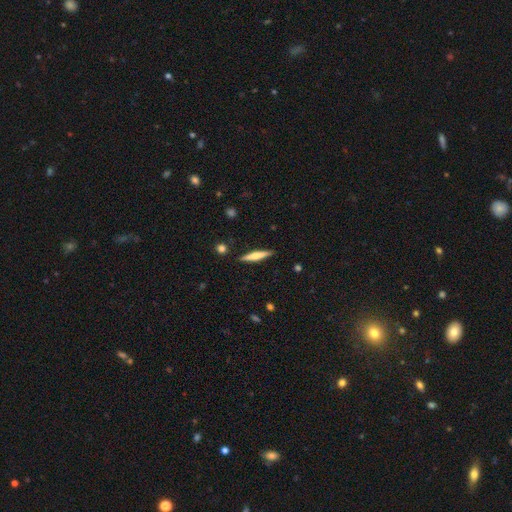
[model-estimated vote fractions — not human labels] Smooth or featured: smooth — 48% (featured or disk — 46%)
Merging: none — 90% (minor disturbance — 7%)